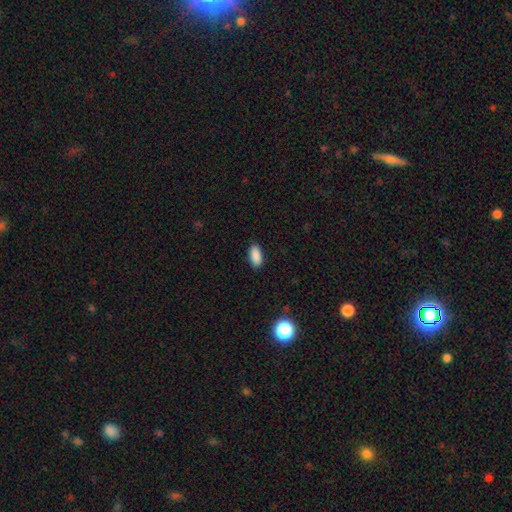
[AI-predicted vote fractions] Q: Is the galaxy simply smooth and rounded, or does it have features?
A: smooth — 89%.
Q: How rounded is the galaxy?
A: in between — 89%.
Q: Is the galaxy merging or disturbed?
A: none — 89%.